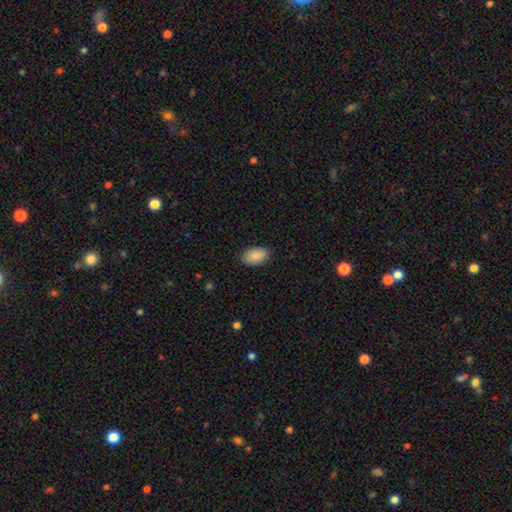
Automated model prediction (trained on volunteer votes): Overall: smooth (87%). How rounded: in between (94%). Merging: none (89%).